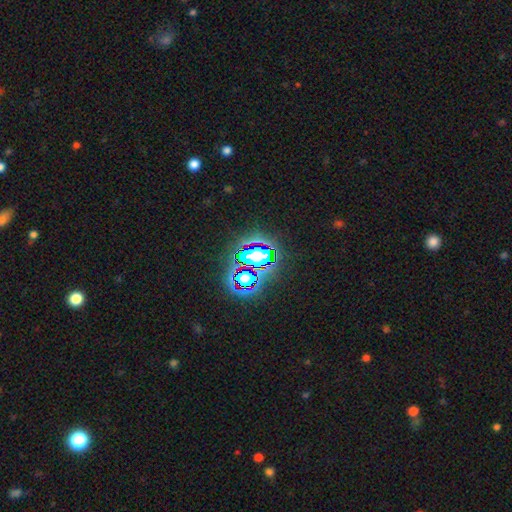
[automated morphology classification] The model was most divided on "smooth or featured": star or artifact: 71%, smooth: 18%, featured or disk: 11%.